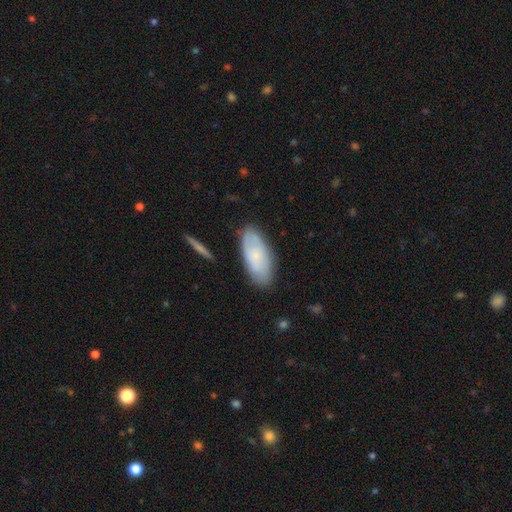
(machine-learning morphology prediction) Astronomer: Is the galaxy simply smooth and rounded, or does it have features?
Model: smooth — 64%.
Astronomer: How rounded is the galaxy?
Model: in between — 87%.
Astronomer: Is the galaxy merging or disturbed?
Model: none — 81%.